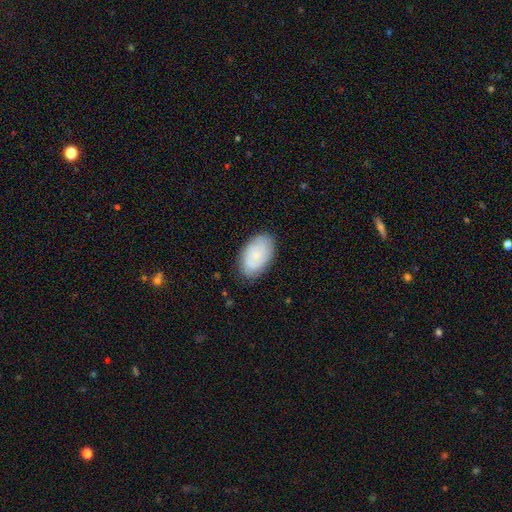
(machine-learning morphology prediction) type=smooth (56%); roundness=in between (93%); merging=none (80%).